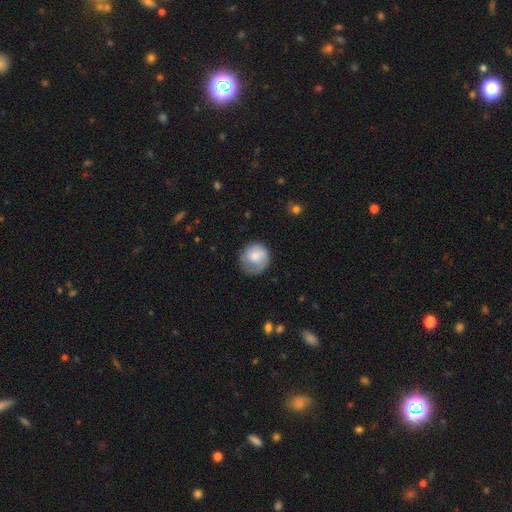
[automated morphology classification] Overall: smooth (72%). How rounded: round (87%). Merging: none (65%).